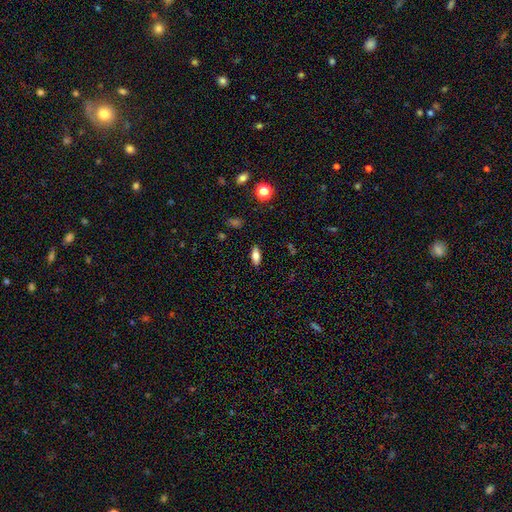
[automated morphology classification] This is likely a smooth galaxy (75%). How rounded: clearly in between (81%). Merging: clearly none (87%).